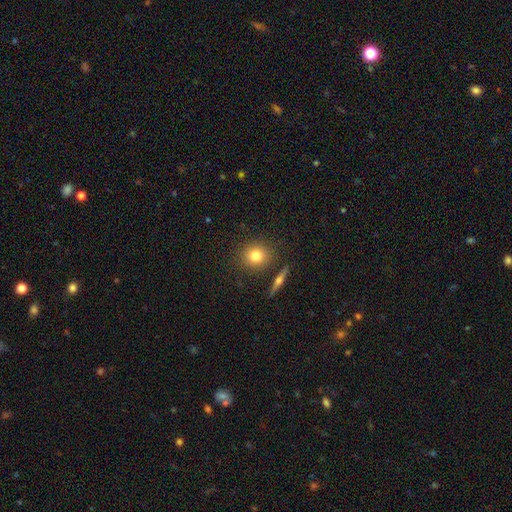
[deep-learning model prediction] smooth-or-featured: smooth: 78% | featured or disk: 12% | star or artifact: 10%
  how-rounded: round: 81% | in between: 17% | cigar-shaped: 2%
  merging: none: 84% | minor disturbance: 9% | merger: 5% | major disturbance: 3%